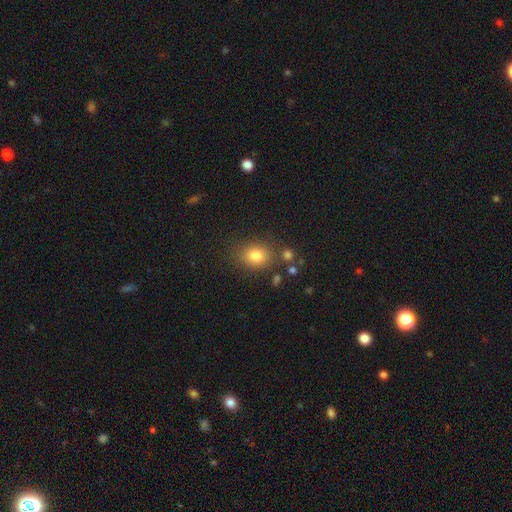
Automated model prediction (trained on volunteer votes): The model was most divided on "how rounded": round: 58%, in between: 41%, cigar-shaped: 1%. More confident: smooth or featured — smooth (80%); merging — none (78%).